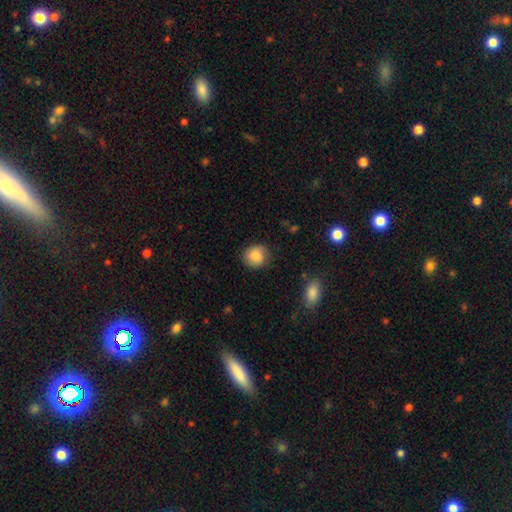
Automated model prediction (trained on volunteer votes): smooth 84%, featured or disk 8%, star or artifact 8%. Down the decision tree: how rounded — round (80%); merging — none (81%).